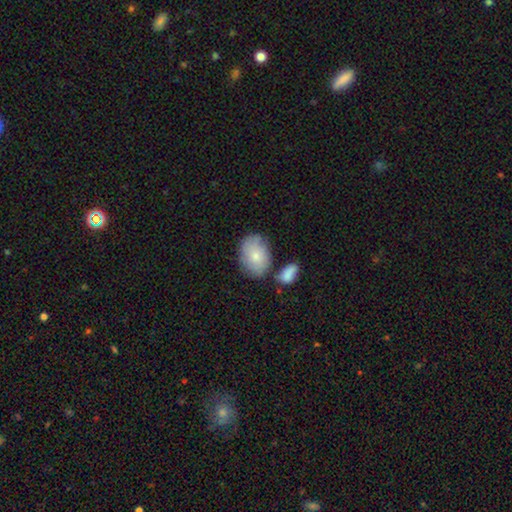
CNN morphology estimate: Smooth or featured? smooth (75%)
How rounded? in between (76%)
Merging? none (59%)